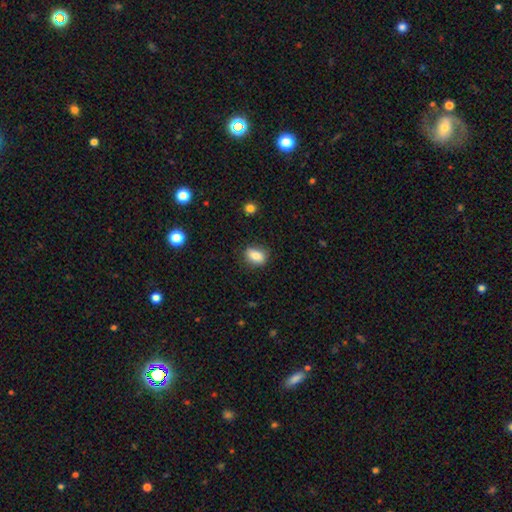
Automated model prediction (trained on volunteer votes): This appears to be a smooth galaxy with no disk features (82%) that is in between round and cigar-shaped (78%). Merging: none (81%).